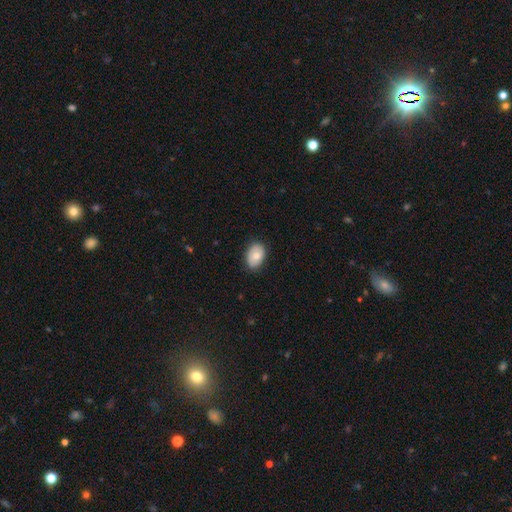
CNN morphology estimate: This appears to be a smooth galaxy with no disk features (79%) that is in between round and cigar-shaped (86%). Merging: none (82%).